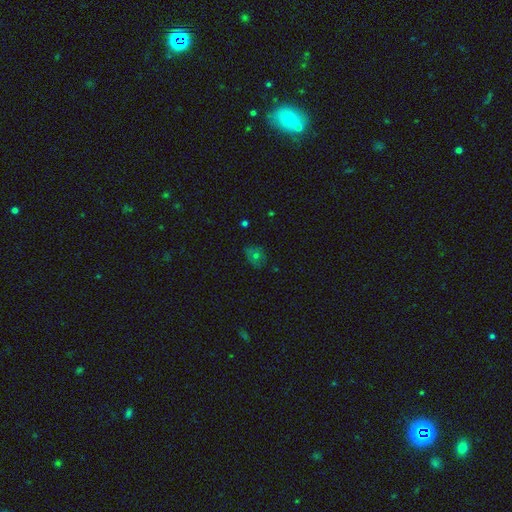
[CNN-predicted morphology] This is likely a smooth galaxy (61%). How rounded: possibly round (51%). Merging: likely none (66%).